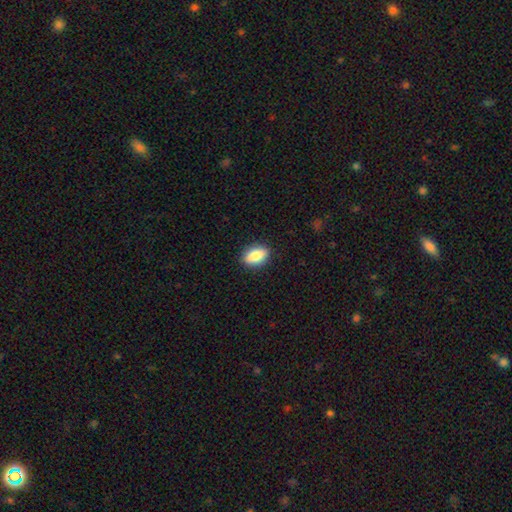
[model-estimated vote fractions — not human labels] A smooth galaxy with no disk features (83%) that is in between round and cigar-shaped (87%).

Vote fractions:
- Smooth or featured? smooth: 83% / featured or disk: 10% / star or artifact: 7%
- How rounded? in between: 87% / round: 9% / cigar-shaped: 5%
- Merging? none: 89% / minor disturbance: 8% / major disturbance: 2% / merger: 1%